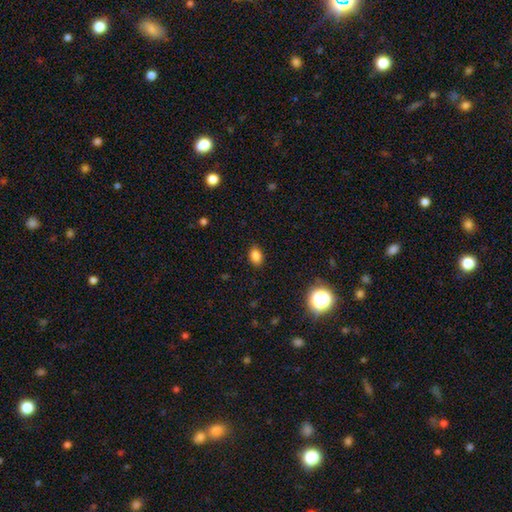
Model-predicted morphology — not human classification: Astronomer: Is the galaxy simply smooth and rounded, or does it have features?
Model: smooth — 84%.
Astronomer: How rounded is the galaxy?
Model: in between — 74%.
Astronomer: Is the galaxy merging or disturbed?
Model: none — 85%.